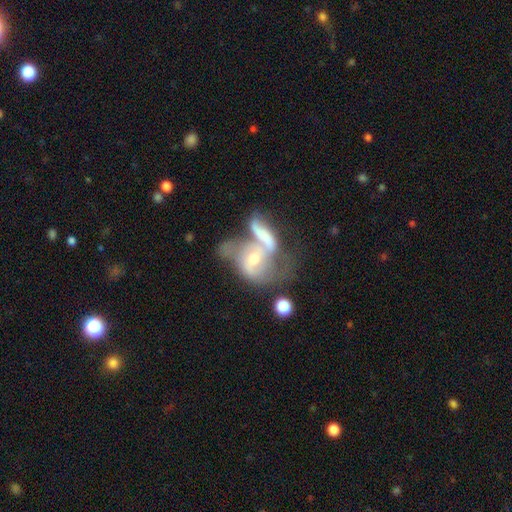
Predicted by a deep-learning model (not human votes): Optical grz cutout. It shows a featured or disk galaxy (74%) with no bar (45%), 2 (72%) loose (45%) spiral arms (82%) and a moderate central bulge (56%). Merging: merger (57%).